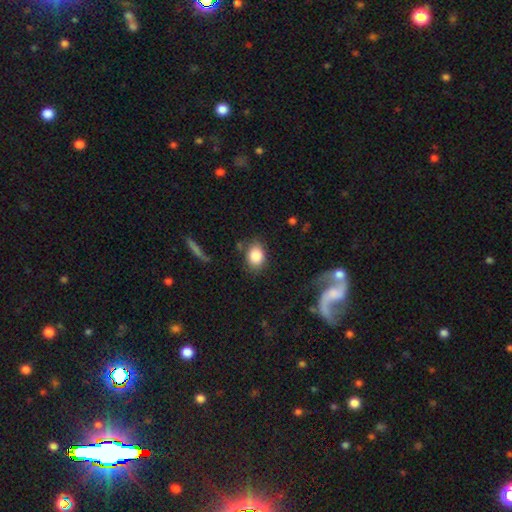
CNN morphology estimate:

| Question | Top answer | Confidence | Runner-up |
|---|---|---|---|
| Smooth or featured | smooth | 84% | star or artifact (8%) |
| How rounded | in between | 63% | round (35%) |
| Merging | none | 76% | minor disturbance (15%) |